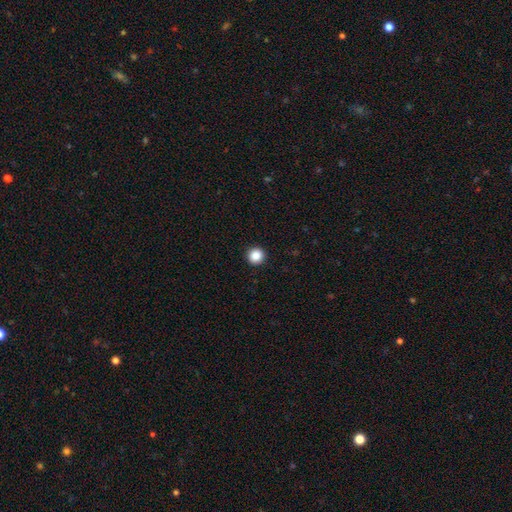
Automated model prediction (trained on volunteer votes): Morphology: type=smooth (87%); roundness=round (95%); merging=none (94%).